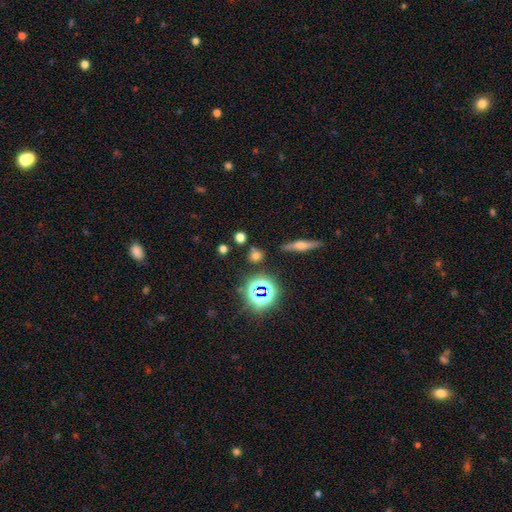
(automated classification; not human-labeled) This appears to be a smooth galaxy with no disk features (60%) that is round (83%). Merging: none (79%).